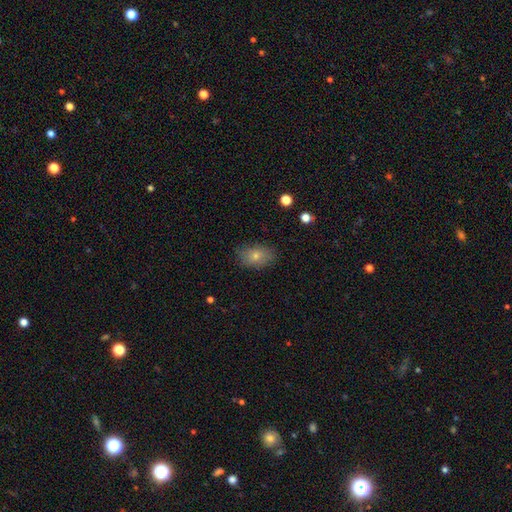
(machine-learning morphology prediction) Smooth or featured: smooth — 70% (featured or disk — 17%)
How rounded: in between — 82% (round — 16%)
Merging: none — 83% (minor disturbance — 13%)